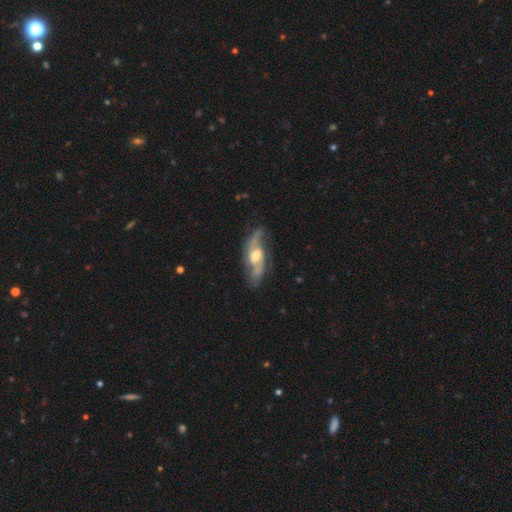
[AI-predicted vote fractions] This appears to be a featured or disk galaxy (84%) with no bar (49%), 2 (82%) medium (43%) spiral arms (93%) and a moderate central bulge (65%). Merging: none (70%).